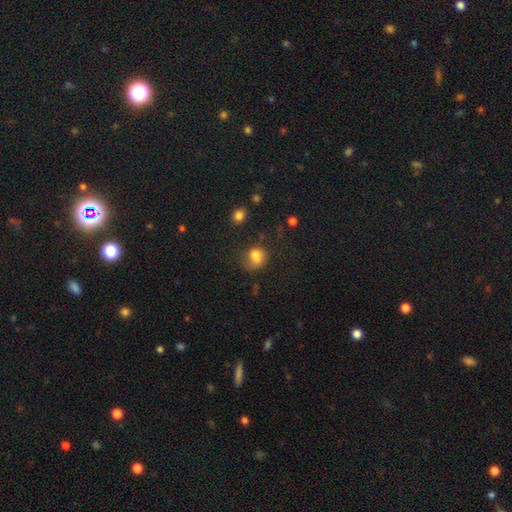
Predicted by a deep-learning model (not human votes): This is likely a smooth galaxy (74%). How rounded: possibly round (56%). Merging: marginally none (36%).